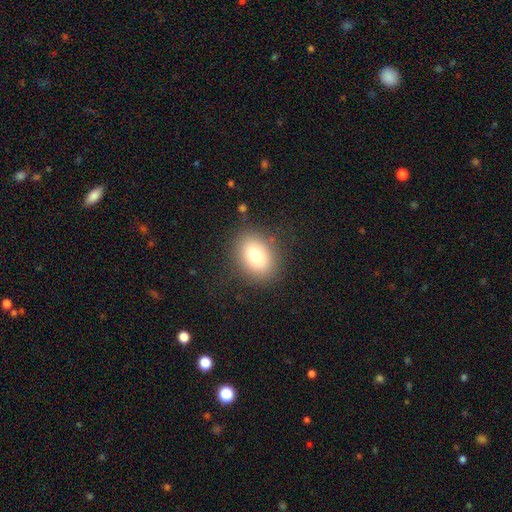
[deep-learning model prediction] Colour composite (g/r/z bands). It shows a smooth galaxy with no disk features (77%) that is in between round and cigar-shaped (66%). Merging: none (84%).